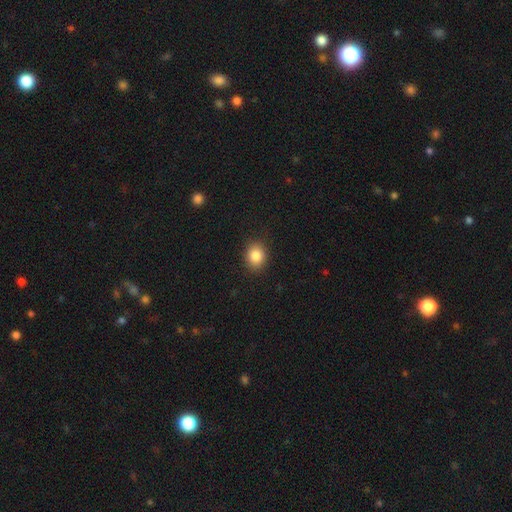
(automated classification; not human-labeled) Smooth or featured? Predicted: smooth (p=0.85). How rounded? Predicted: round (p=0.59). Merging? Predicted: none (p=0.89).